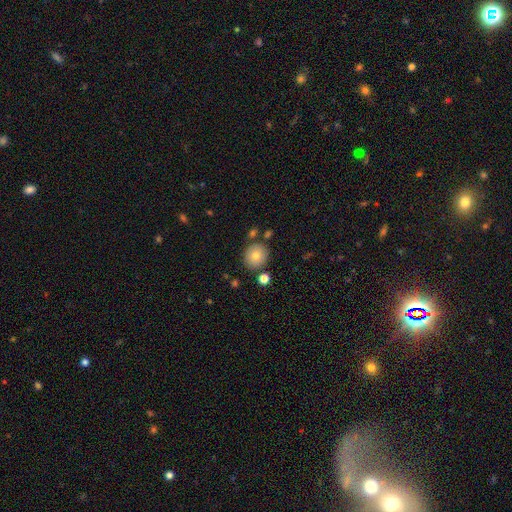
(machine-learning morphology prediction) The model was most divided on "smooth or featured": smooth: 77%, featured or disk: 13%, star or artifact: 10%. More confident: how rounded — round (86%); merging — none (82%).